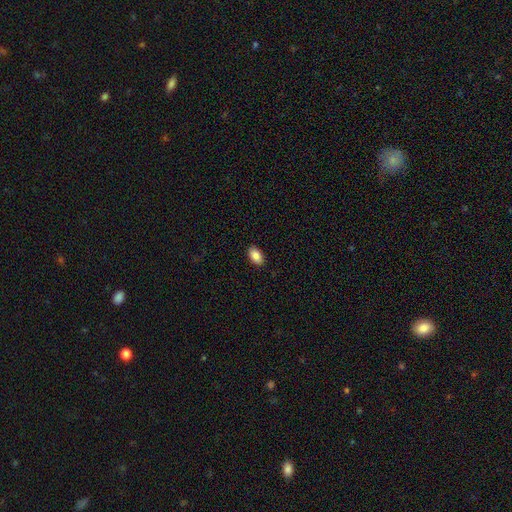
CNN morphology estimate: Smooth or featured?
  - smooth: 86% *
  - star or artifact: 7%
  - featured or disk: 7%
How rounded?
  - in between: 93% *
  - round: 6%
  - cigar-shaped: 2%
Merging?
  - none: 90% *
  - minor disturbance: 7%
  - major disturbance: 2%
  - merger: 1%